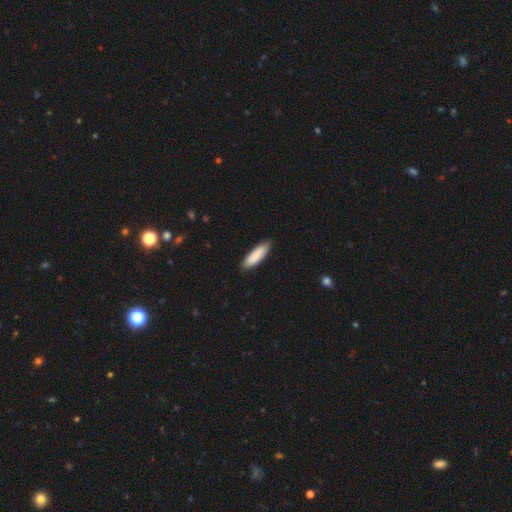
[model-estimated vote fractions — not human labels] Morphology: type=smooth (88%); roundness=cigar-shaped (58%); merging=none (89%).